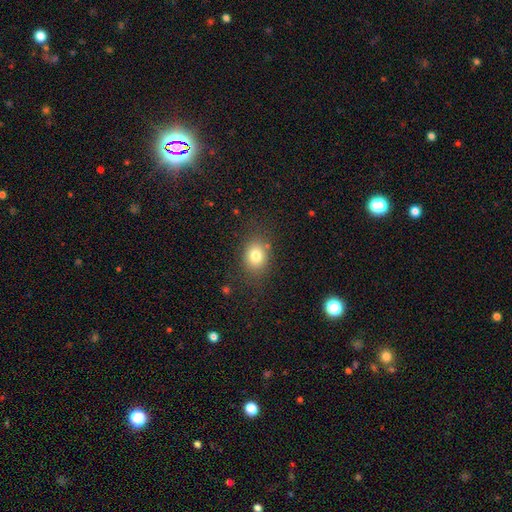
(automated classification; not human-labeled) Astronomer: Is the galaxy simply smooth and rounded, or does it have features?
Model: smooth — 79%.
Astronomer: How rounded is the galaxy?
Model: in between — 53% (runner-up: round, 46%).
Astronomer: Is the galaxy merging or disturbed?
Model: none — 79%.